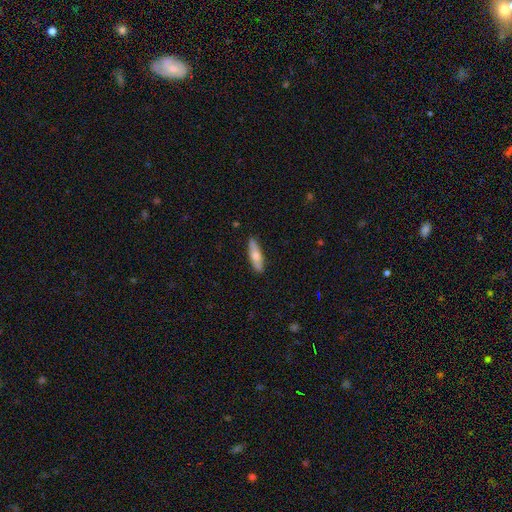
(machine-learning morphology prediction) Smooth or featured?
  - smooth: 65% *
  - featured or disk: 29%
  - star or artifact: 6%
How rounded?
  - cigar-shaped: 64% *
  - in between: 34%
  - round: 2%
Merging?
  - none: 89% *
  - minor disturbance: 9%
  - major disturbance: 2%
  - merger: 1%